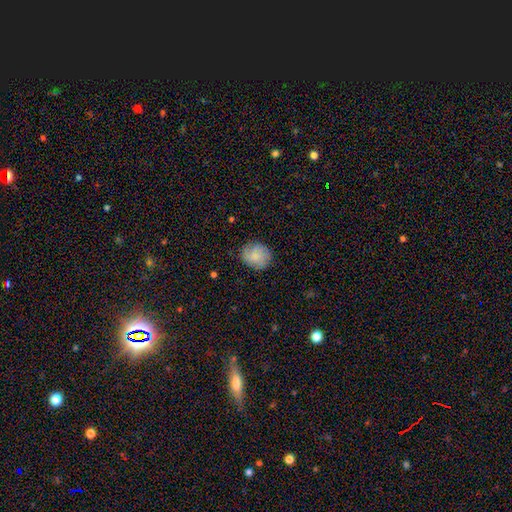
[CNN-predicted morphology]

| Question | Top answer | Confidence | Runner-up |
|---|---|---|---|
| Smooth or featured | smooth | 67% | featured or disk (26%) |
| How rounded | round | 73% | in between (26%) |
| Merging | none | 81% | minor disturbance (14%) |